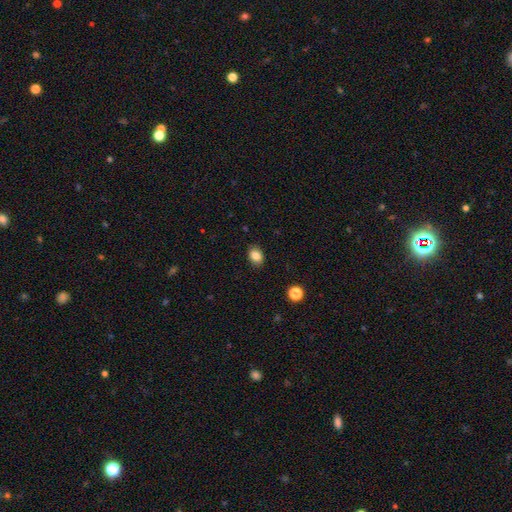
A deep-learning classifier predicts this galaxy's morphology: smooth_or_featured: smooth (p=0.84) [alt: star or artifact p=0.10]
how_rounded: in between (p=0.74) [alt: round p=0.25]
merging: none (p=0.87) [alt: minor disturbance p=0.09]